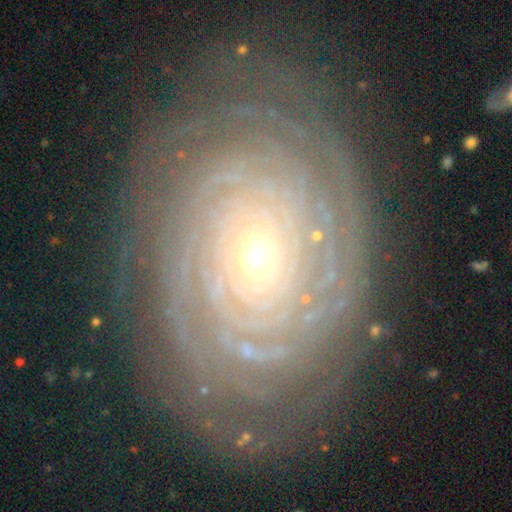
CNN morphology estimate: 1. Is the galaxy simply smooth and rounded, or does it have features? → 87% featured or disk, 6% smooth, 6% star or artifact.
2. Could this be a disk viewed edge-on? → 96% no, 4% yes.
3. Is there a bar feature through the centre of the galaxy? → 74% no, 18% weak, 9% strong.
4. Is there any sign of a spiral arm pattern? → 97% yes, 3% no.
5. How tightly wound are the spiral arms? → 88% tight, 10% medium, 2% loose.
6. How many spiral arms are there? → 27% can't tell, 24% more than 4, 17% 4, 12% 3, 12% 2, 8% 1.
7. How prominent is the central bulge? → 57% small, 39% moderate, 2% large, 1% dominant, 1% none.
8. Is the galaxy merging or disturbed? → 82% none, 13% minor disturbance, 4% major disturbance, 1% merger.